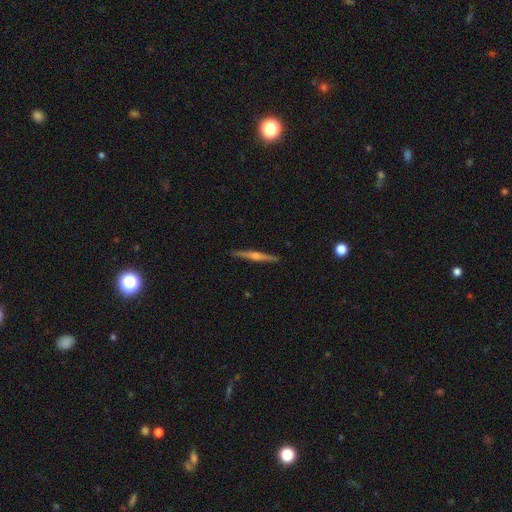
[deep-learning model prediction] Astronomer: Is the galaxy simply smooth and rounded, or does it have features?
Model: featured or disk — 76%.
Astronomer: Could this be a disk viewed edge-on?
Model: yes — 98%.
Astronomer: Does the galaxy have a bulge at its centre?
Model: rounded — 82%.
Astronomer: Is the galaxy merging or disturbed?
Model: none — 92%.